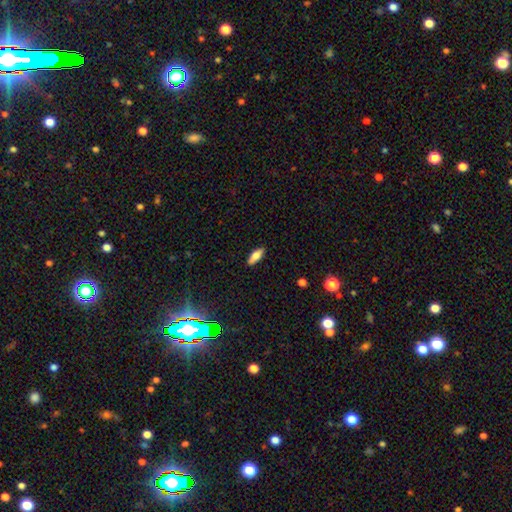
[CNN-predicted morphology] Smooth or featured? Predicted: smooth (p=0.71). How rounded? Predicted: in between (p=0.72). Merging? Predicted: none (p=0.85).